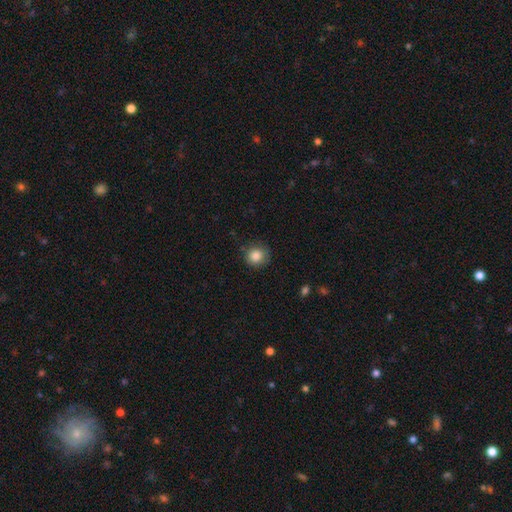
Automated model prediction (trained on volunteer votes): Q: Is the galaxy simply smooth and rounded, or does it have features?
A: smooth — 85%.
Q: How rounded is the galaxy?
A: round — 89%.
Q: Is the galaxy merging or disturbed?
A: none — 76%.